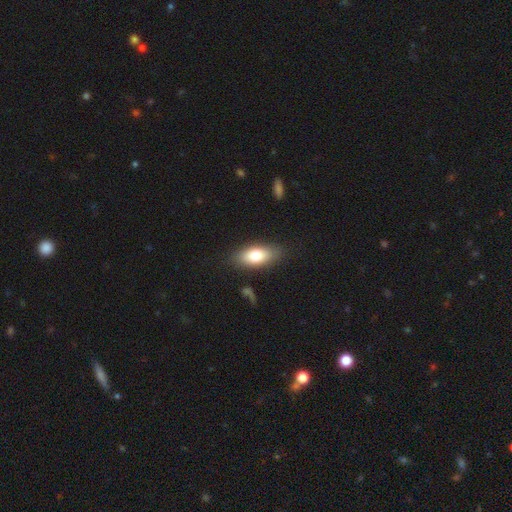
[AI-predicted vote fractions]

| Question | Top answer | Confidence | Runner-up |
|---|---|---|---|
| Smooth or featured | smooth | 76% | featured or disk (17%) |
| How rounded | in between | 86% | cigar-shaped (10%) |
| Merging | none | 82% | minor disturbance (12%) |